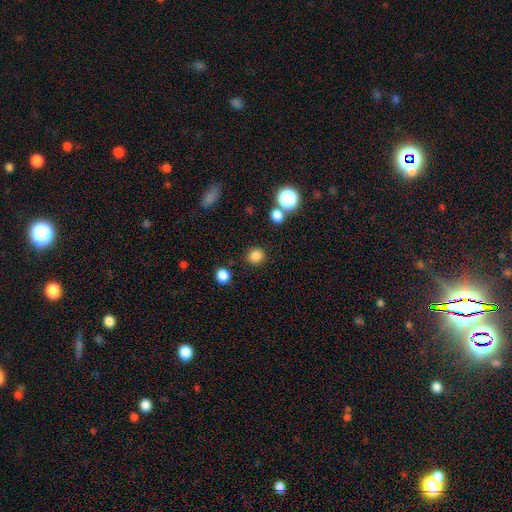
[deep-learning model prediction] smooth_or_featured: smooth (p=0.83) [alt: star or artifact p=0.13]
how_rounded: round (p=0.84) [alt: in between p=0.15]
merging: none (p=0.87) [alt: minor disturbance p=0.07]